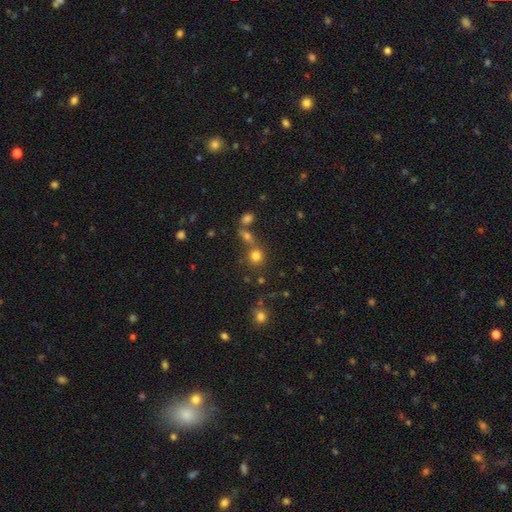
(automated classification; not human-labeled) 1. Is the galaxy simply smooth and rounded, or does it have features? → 75% smooth, 16% star or artifact, 9% featured or disk.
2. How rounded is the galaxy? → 87% round, 12% in between, 1% cigar-shaped.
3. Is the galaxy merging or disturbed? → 60% none, 25% merger, 9% minor disturbance, 5% major disturbance.